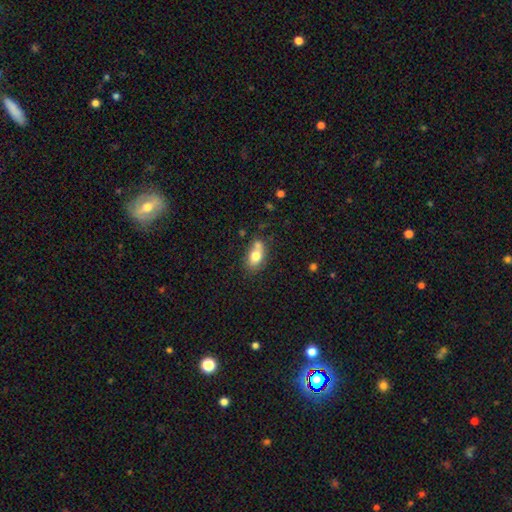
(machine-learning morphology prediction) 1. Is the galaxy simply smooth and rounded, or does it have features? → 73% smooth, 18% featured or disk, 9% star or artifact.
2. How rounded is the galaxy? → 77% in between, 21% round, 3% cigar-shaped.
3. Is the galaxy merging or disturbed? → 43% none, 33% merger, 18% minor disturbance, 6% major disturbance.